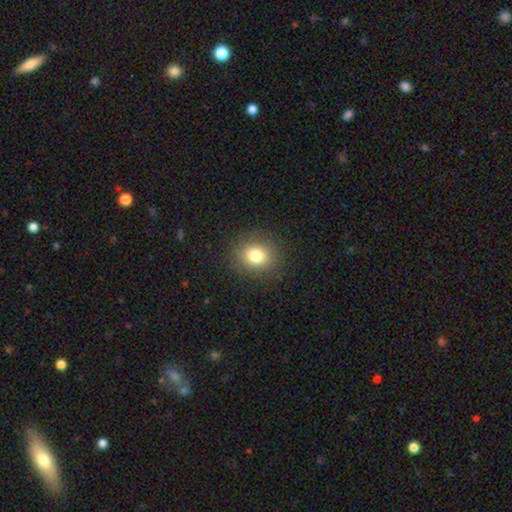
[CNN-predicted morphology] smooth_or_featured: smooth (p=0.80) [alt: star or artifact p=0.12]
how_rounded: round (p=0.71) [alt: in between p=0.28]
merging: none (p=0.88) [alt: minor disturbance p=0.08]